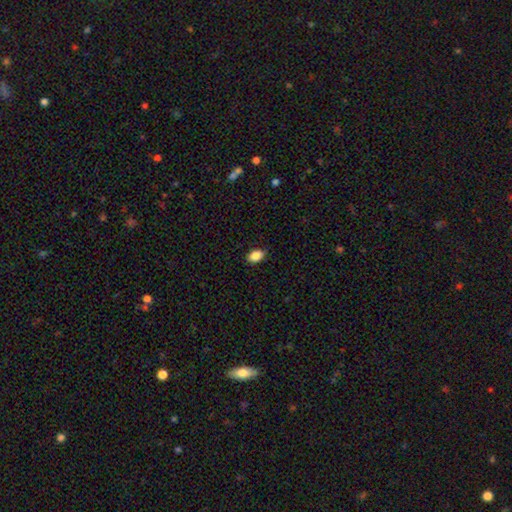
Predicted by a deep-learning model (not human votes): Smooth or featured: smooth — 87% (star or artifact — 8%)
How rounded: in between — 87% (round — 12%)
Merging: none — 86% (minor disturbance — 11%)